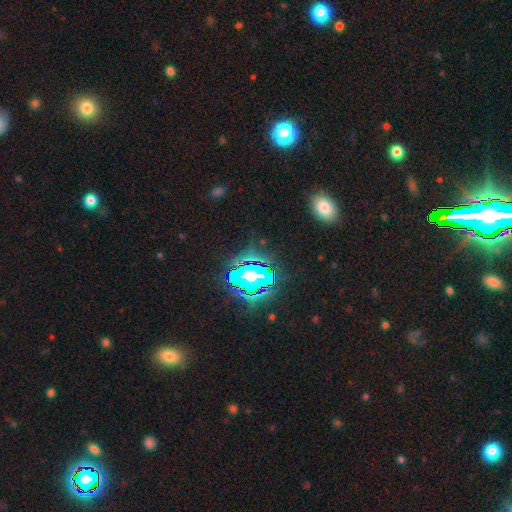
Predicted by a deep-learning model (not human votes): star or artifact 76%, smooth 15%, featured or disk 9%.